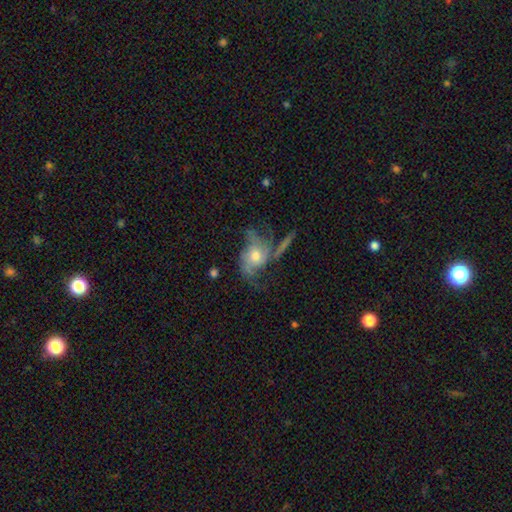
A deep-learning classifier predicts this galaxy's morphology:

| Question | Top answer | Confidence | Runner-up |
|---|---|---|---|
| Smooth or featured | featured or disk | 72% | smooth (20%) |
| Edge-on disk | no | 95% | yes (5%) |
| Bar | no | 75% | weak (21%) |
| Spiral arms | yes | 88% | no (12%) |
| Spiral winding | loose | 48% | medium (38%) |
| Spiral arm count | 2 | 43% | 3 (22%) |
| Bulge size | moderate | 67% | small (20%) |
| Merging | none | 39% | major disturbance (29%) |